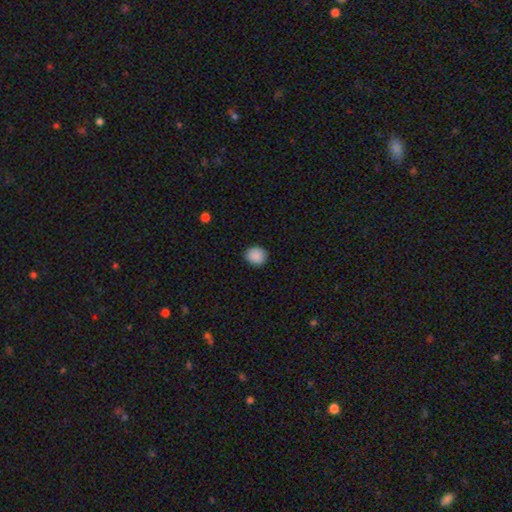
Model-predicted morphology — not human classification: This appears to be a smooth galaxy with no disk features (89%) that is round (79%). Merging: none (88%).